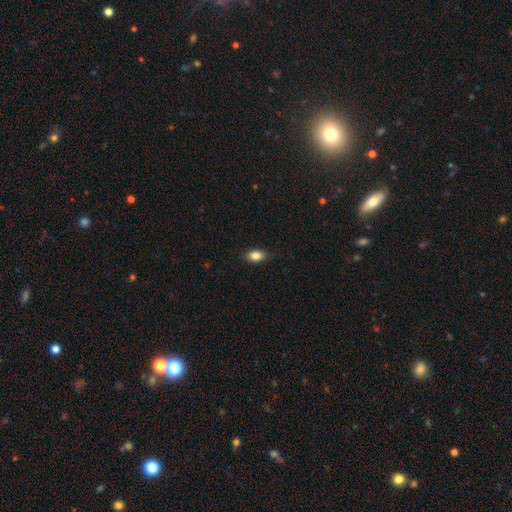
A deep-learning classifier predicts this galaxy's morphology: A smooth galaxy with no disk features (85%) that is in between round and cigar-shaped (87%). Merging: none (86%).